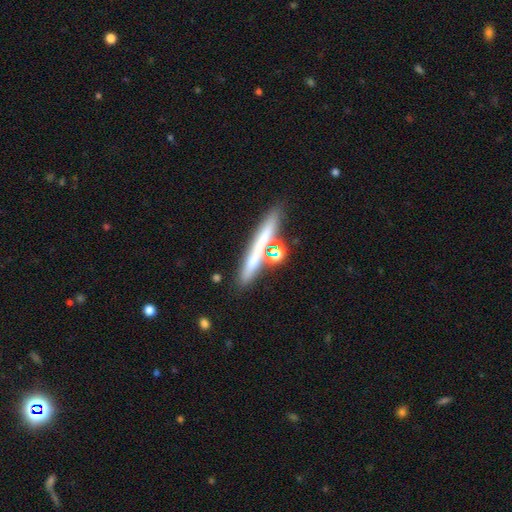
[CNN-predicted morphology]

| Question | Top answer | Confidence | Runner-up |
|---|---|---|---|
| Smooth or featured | smooth | 48% | featured or disk (40%) |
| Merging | none | 67% | merger (17%) |